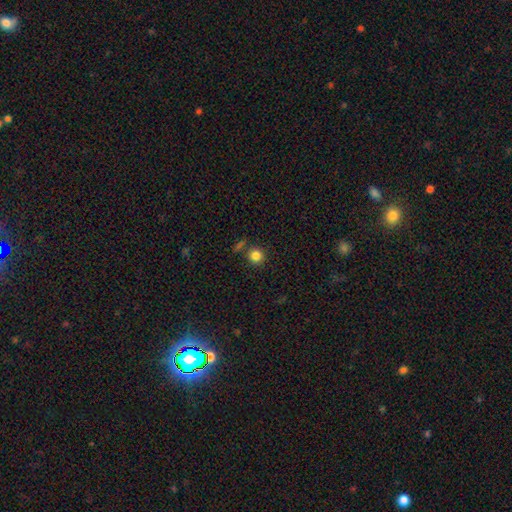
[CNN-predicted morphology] This appears to be a smooth galaxy with no disk features (83%) that is round (92%). Merging: none (81%).